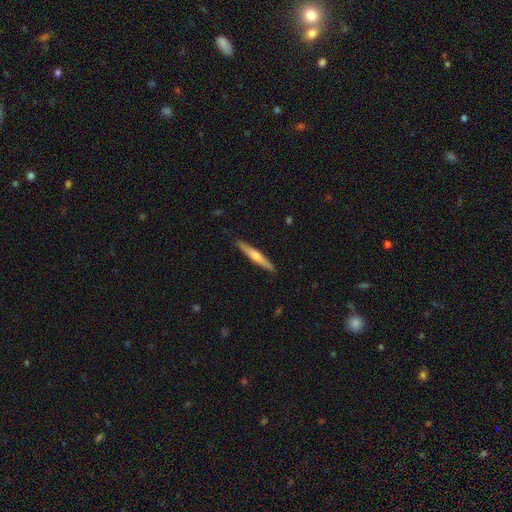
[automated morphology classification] Q: Smooth or featured?
A: featured or disk (59%); runner-up: smooth (35%)
Q: Edge-on disk?
A: yes (97%); runner-up: no (3%)
Q: Edge-on bulge?
A: rounded (83%); runner-up: none (12%)
Q: Merging?
A: none (91%); runner-up: minor disturbance (7%)